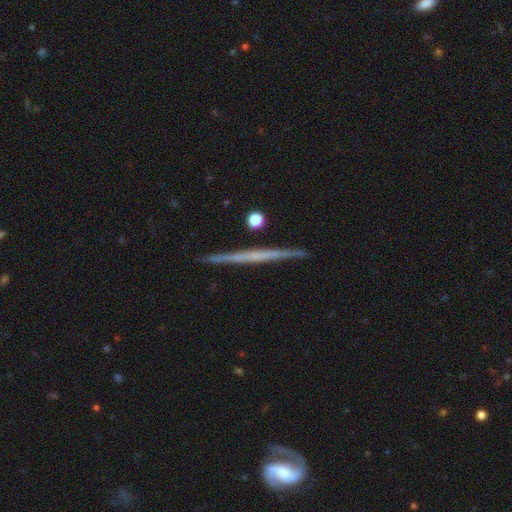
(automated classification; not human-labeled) Morphology: type=featured or disk (64%); edge-on=yes (98%); edge-on bulge=none (86%); merging=none (91%).